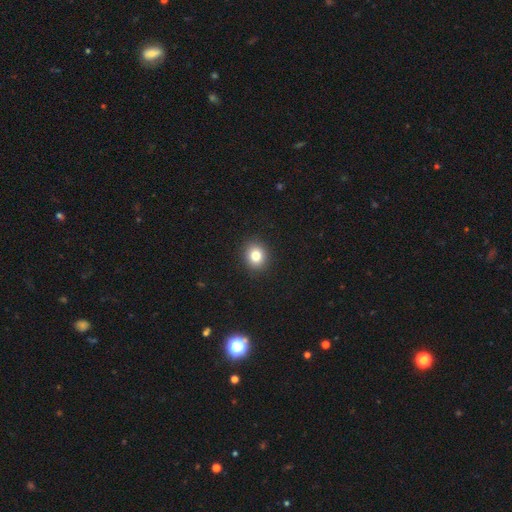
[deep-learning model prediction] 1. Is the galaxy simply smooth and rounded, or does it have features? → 81% smooth, 12% star or artifact, 8% featured or disk.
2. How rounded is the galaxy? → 71% round, 28% in between, 1% cigar-shaped.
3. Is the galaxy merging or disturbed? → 91% none, 6% minor disturbance, 2% major disturbance, 1% merger.